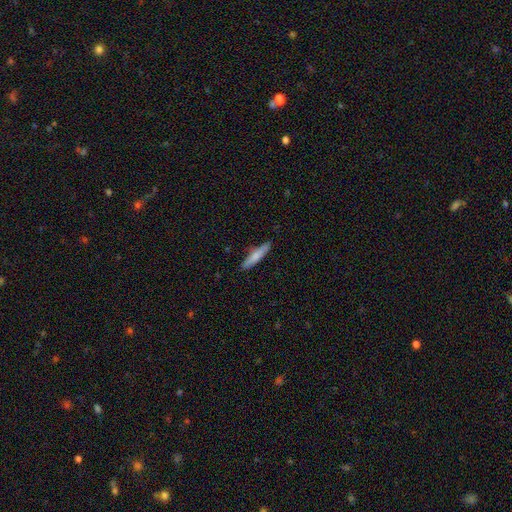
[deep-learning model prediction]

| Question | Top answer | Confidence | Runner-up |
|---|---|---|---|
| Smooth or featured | smooth | 73% | featured or disk (22%) |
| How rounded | cigar-shaped | 88% | in between (10%) |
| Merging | none | 86% | minor disturbance (11%) |